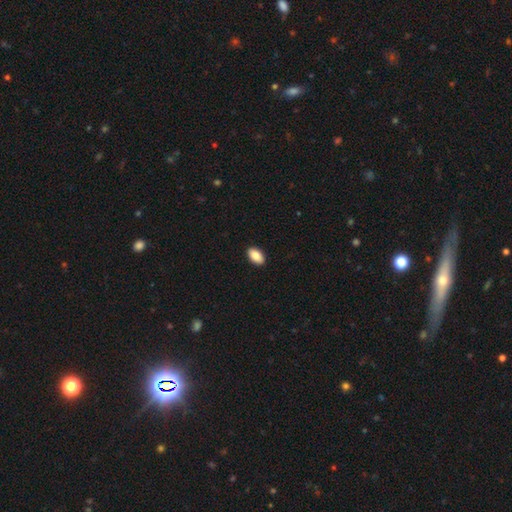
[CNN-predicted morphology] Smooth or featured?
  - smooth: 87% *
  - star or artifact: 7%
  - featured or disk: 6%
How rounded?
  - in between: 94% *
  - round: 4%
  - cigar-shaped: 2%
Merging?
  - none: 91% *
  - minor disturbance: 6%
  - major disturbance: 1%
  - merger: 1%